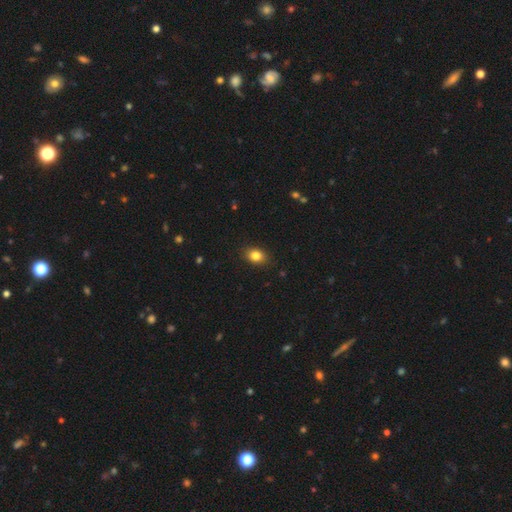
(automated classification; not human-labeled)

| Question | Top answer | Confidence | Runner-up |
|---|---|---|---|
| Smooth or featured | smooth | 83% | star or artifact (10%) |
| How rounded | in between | 69% | round (30%) |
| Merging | none | 87% | minor disturbance (10%) |